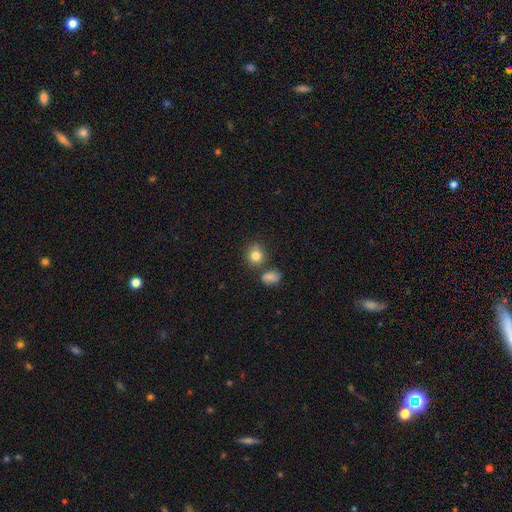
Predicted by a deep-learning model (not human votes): smooth_or_featured: smooth (p=0.82) [alt: star or artifact p=0.10]
how_rounded: round (p=0.78) [alt: in between p=0.21]
merging: none (p=0.71) [alt: merger p=0.13]